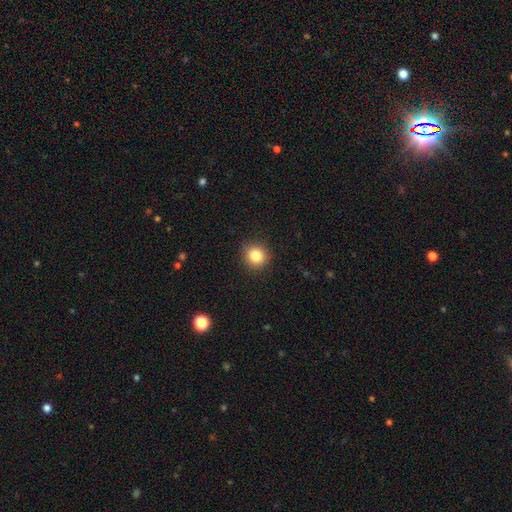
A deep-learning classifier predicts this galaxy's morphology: Smooth or featured? smooth (84%)
How rounded? round (89%)
Merging? none (90%)